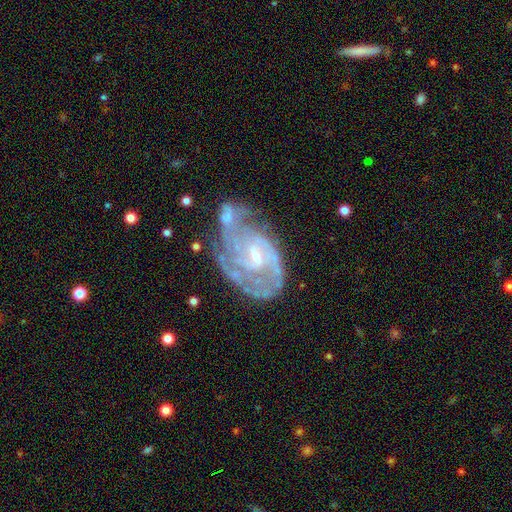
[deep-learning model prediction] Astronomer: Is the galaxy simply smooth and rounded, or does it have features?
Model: featured or disk — 85%.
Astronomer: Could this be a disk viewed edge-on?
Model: no — 97%.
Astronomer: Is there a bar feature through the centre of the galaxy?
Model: weak — 54% (runner-up: no, 32%).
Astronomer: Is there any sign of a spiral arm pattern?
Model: yes — 90%.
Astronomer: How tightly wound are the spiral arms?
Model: tight — 54% (runner-up: medium, 35%).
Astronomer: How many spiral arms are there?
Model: can't tell — 35% (runner-up: 2, 31%).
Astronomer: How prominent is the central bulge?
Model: small — 61%.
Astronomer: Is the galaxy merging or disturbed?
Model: none — 39% (runner-up: minor disturbance, 25%).